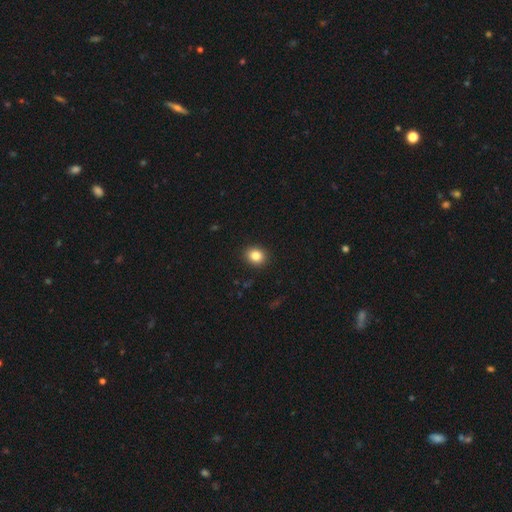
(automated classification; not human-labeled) Morphology: type=smooth (83%); roundness=round (69%); merging=none (91%).